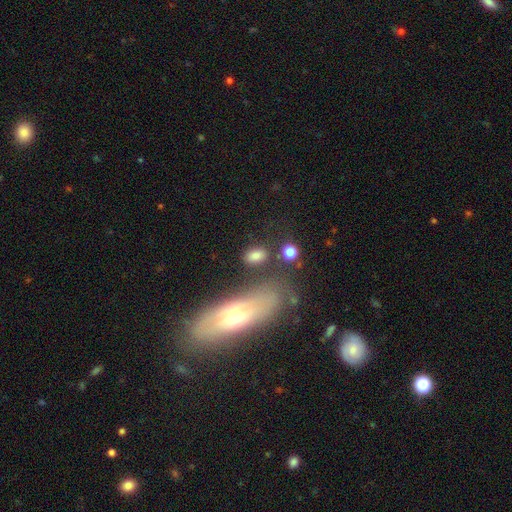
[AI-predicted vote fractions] The model was most divided on "merging": none: 75%, minor disturbance: 13%, merger: 7%, major disturbance: 5%. More confident: how rounded — in between (80%); smooth or featured — smooth (80%).